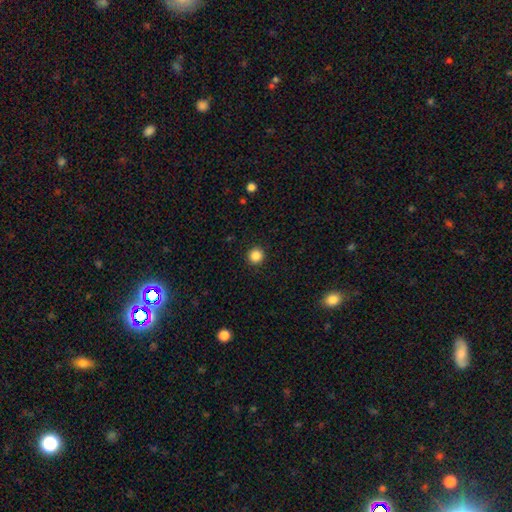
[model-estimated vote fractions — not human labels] A smooth galaxy with no disk features (86%) that is round (95%). Merging: none (93%).